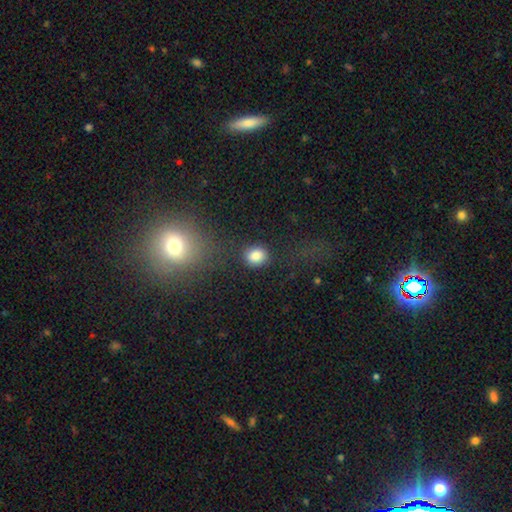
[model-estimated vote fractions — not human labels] smooth-or-featured: smooth: 85% | star or artifact: 10% | featured or disk: 6%
  how-rounded: round: 72% | in between: 27% | cigar-shaped: 1%
  merging: none: 81% | minor disturbance: 10% | major disturbance: 5% | merger: 4%